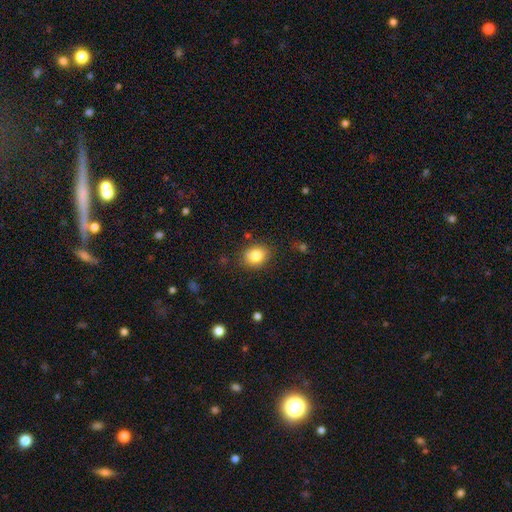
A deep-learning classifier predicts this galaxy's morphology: The model was most divided on "how rounded": round: 55%, in between: 44%, cigar-shaped: 1%. More confident: smooth or featured — smooth (82%); merging — none (82%).